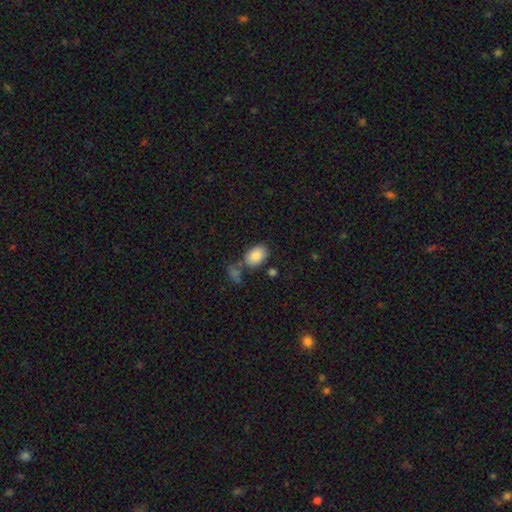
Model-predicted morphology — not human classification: Smooth or featured?
  - smooth: 85% *
  - star or artifact: 8%
  - featured or disk: 7%
How rounded?
  - in between: 87% *
  - round: 11%
  - cigar-shaped: 1%
Merging?
  - none: 67% *
  - minor disturbance: 15%
  - merger: 13%
  - major disturbance: 5%